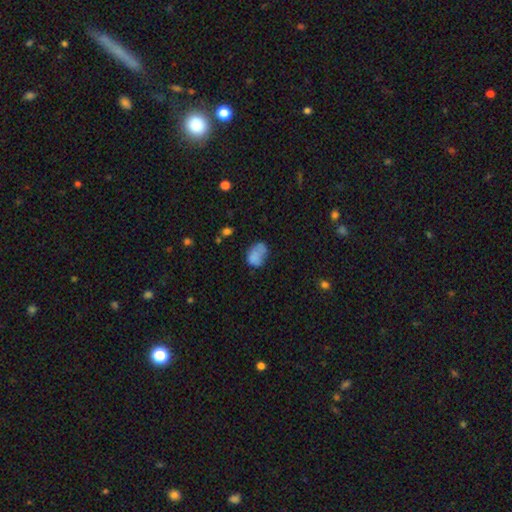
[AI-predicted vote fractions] The model was most divided on "merging": none: 39%, minor disturbance: 30%, major disturbance: 19%, merger: 12%. More confident: how rounded — in between (78%); smooth or featured — smooth (73%).